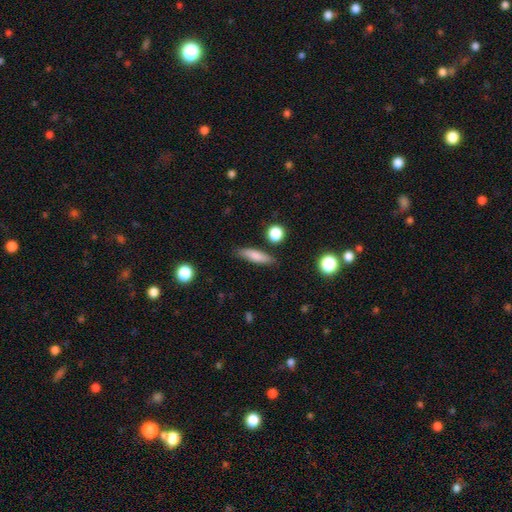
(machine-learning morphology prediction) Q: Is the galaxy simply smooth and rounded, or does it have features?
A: smooth — 78%.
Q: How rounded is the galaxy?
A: cigar-shaped — 70%.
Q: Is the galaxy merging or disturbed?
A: none — 84%.